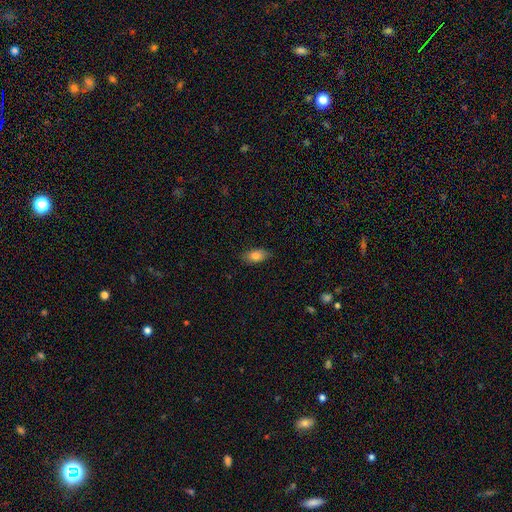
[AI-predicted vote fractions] A smooth galaxy with no disk features (80%) that is in between round and cigar-shaped (89%). Merging: none (80%).